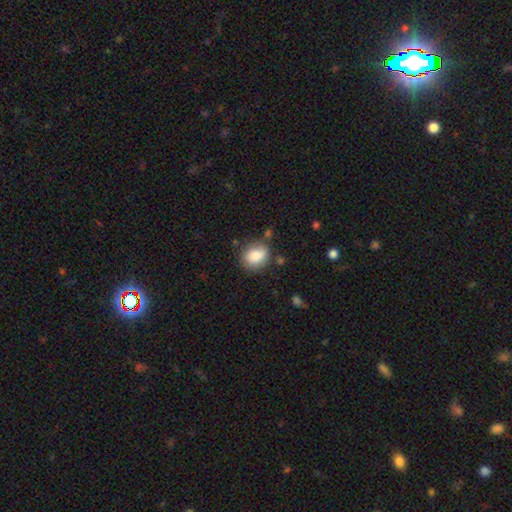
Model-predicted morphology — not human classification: A smooth galaxy with no disk features (85%) that is round (55%). Merging: none (75%).